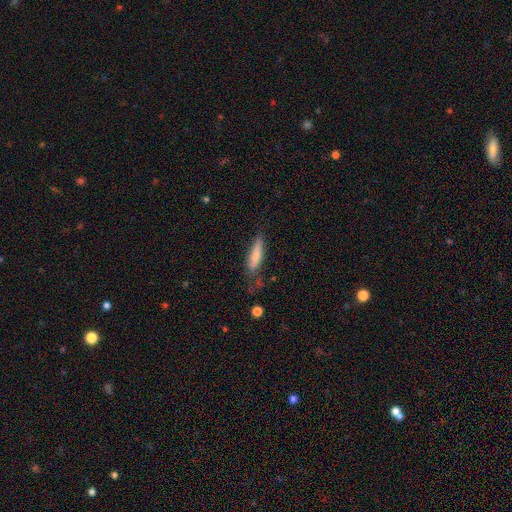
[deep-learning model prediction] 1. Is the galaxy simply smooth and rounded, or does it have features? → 72% smooth, 22% featured or disk, 6% star or artifact.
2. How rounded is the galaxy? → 75% cigar-shaped, 24% in between, 2% round.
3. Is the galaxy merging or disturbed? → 58% none, 28% minor disturbance, 11% major disturbance, 4% merger.